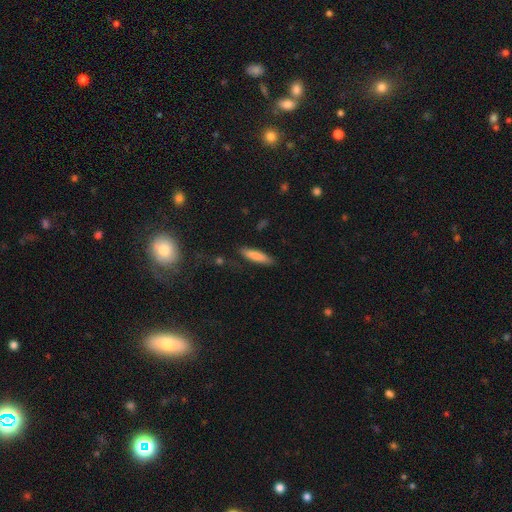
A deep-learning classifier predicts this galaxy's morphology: A smooth galaxy with no disk features (82%) that is cigar-shaped (75%).

Vote fractions:
- Smooth or featured? smooth: 82% / featured or disk: 12% / star or artifact: 6%
- How rounded? cigar-shaped: 75% / in between: 24% / round: 1%
- Merging? none: 83% / minor disturbance: 12% / major disturbance: 3% / merger: 2%